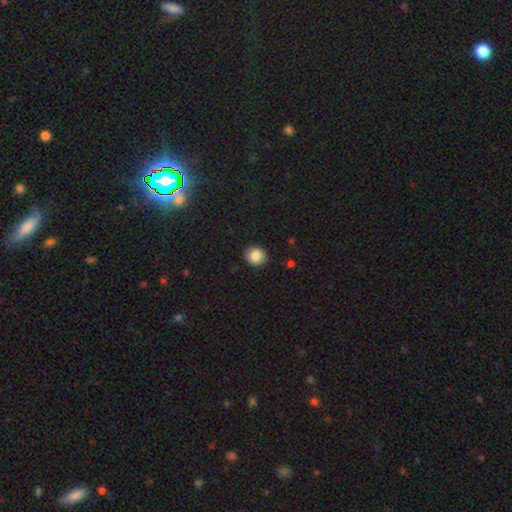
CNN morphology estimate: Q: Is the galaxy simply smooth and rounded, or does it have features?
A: smooth — 86%.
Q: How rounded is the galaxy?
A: round — 81%.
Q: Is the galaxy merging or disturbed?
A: none — 89%.